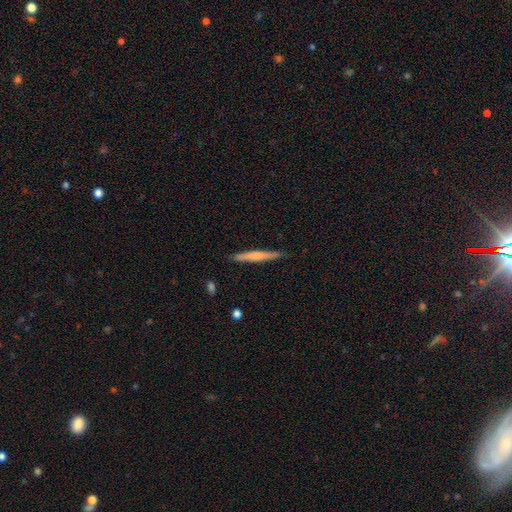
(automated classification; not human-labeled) Smooth or featured? Predicted: smooth (p=0.56). How rounded? Predicted: cigar-shaped (p=0.96). Merging? Predicted: none (p=0.89).